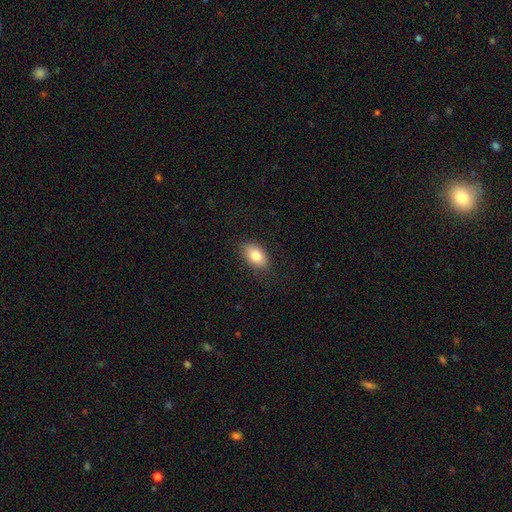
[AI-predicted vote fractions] Q: Smooth or featured?
A: smooth (81%); runner-up: featured or disk (11%)
Q: How rounded?
A: in between (89%); runner-up: round (9%)
Q: Merging?
A: none (84%); runner-up: minor disturbance (12%)